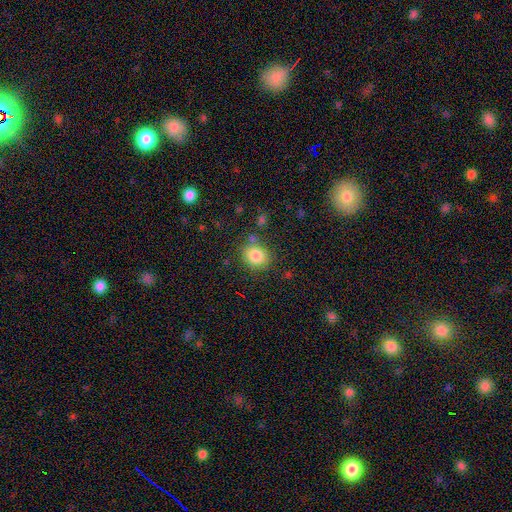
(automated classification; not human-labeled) smooth-or-featured: smooth: 84% | star or artifact: 10% | featured or disk: 6%
  how-rounded: round: 65% | in between: 34% | cigar-shaped: 1%
  merging: none: 78% | minor disturbance: 12% | merger: 6% | major disturbance: 4%